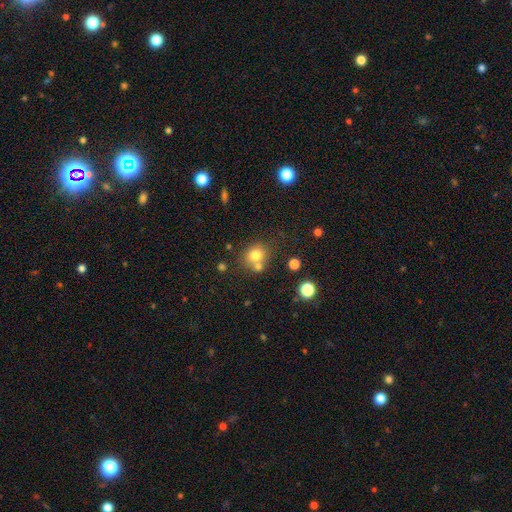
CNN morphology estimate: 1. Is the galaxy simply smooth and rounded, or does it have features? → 76% smooth, 14% star or artifact, 10% featured or disk.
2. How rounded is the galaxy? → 72% round, 27% in between, 1% cigar-shaped.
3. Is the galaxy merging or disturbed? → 57% none, 28% merger, 11% minor disturbance, 4% major disturbance.